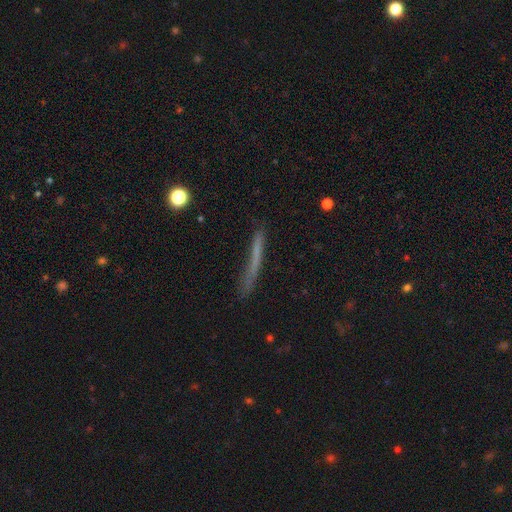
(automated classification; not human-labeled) Smooth or featured?
  - smooth: 59% *
  - featured or disk: 31%
  - star or artifact: 11%
How rounded?
  - cigar-shaped: 95% *
  - in between: 3%
  - round: 2%
Merging?
  - none: 68% *
  - minor disturbance: 21%
  - major disturbance: 8%
  - merger: 3%